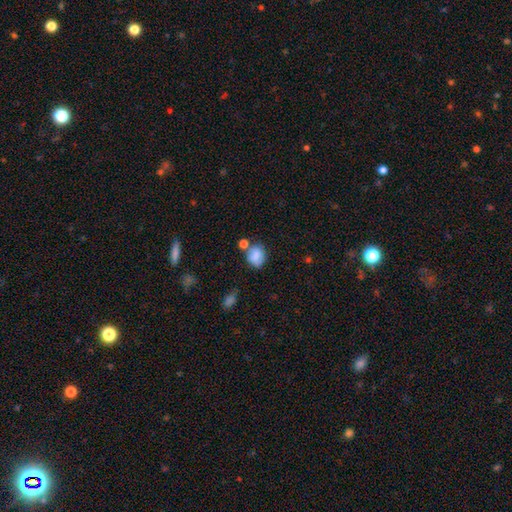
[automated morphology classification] Overall: smooth (76%). How rounded: round (54%; in between 45%). Merging: none (51%; merger 21%).